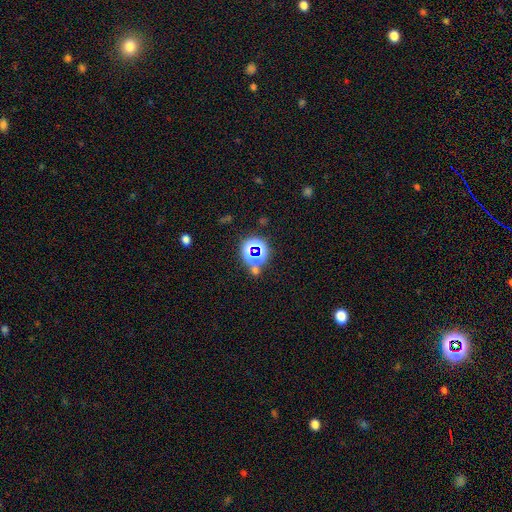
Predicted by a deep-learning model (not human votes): A star or artifact, not a galaxy (74%).

Vote fractions:
- Smooth or featured? star or artifact: 74% / smooth: 18% / featured or disk: 8%